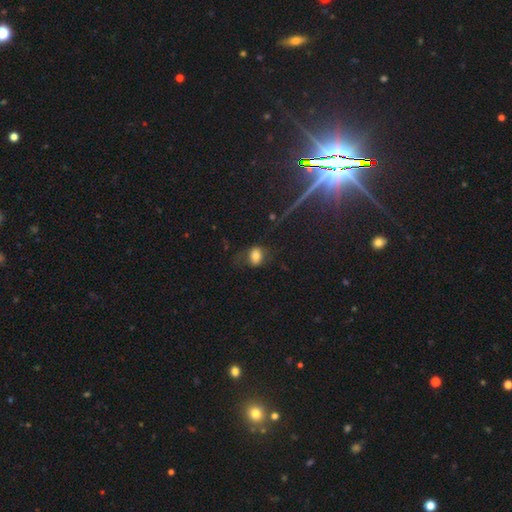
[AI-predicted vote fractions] smooth 69%, featured or disk 20%, star or artifact 12%. Down the decision tree: how rounded — in between (67%); merging — none (53%).